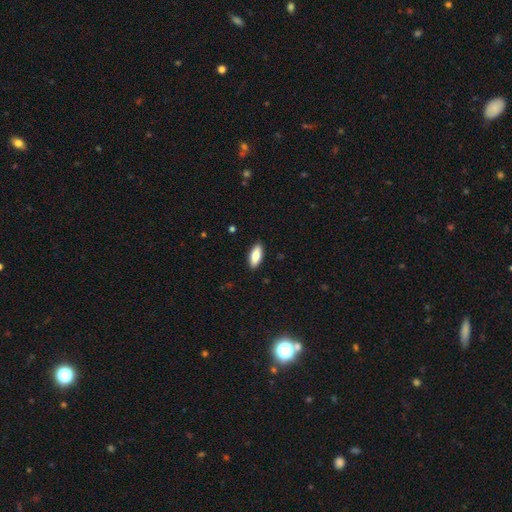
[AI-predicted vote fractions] smooth 81%, featured or disk 13%, star or artifact 6%. Down the decision tree: how rounded — in between (79%); merging — none (89%).